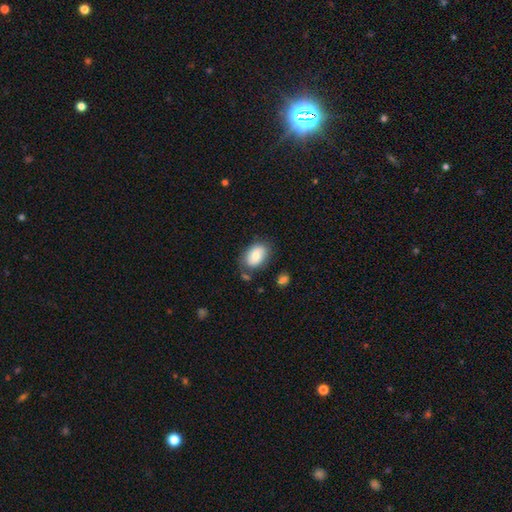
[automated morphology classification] The model was most divided on "merging": none: 70%, minor disturbance: 20%, merger: 5%, major disturbance: 5%. More confident: how rounded — in between (86%); smooth or featured — smooth (76%).